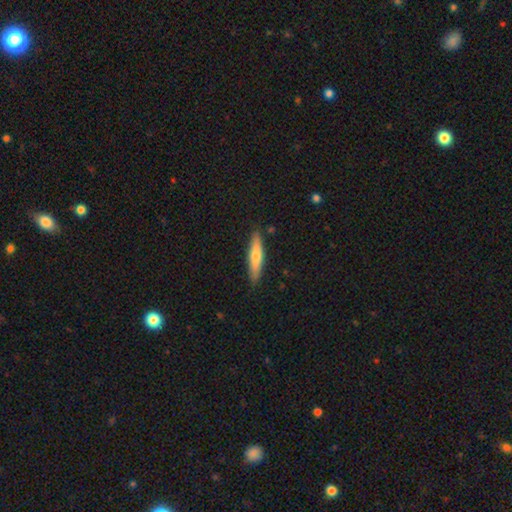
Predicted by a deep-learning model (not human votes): A smooth galaxy with no disk features (63%) that is cigar-shaped (84%). Merging: none (87%).